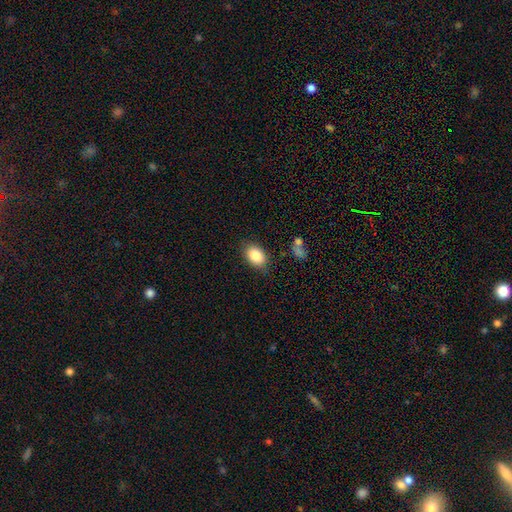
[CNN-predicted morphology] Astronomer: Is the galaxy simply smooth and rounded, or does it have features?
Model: smooth — 87%.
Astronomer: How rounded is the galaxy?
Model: in between — 84%.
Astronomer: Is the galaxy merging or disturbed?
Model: none — 81%.